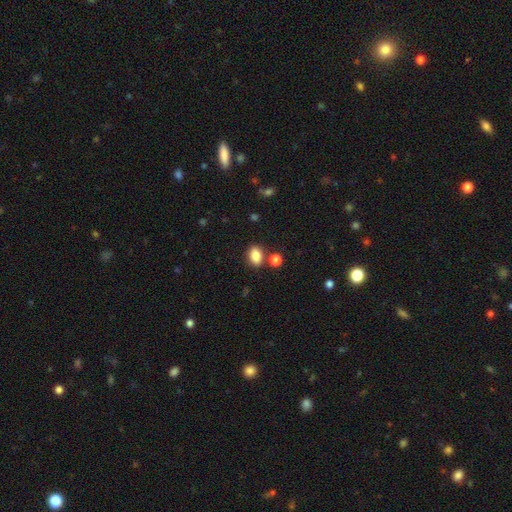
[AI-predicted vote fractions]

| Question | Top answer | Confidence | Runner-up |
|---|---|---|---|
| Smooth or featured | smooth | 84% | star or artifact (9%) |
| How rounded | in between | 76% | round (22%) |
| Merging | none | 74% | merger (11%) |